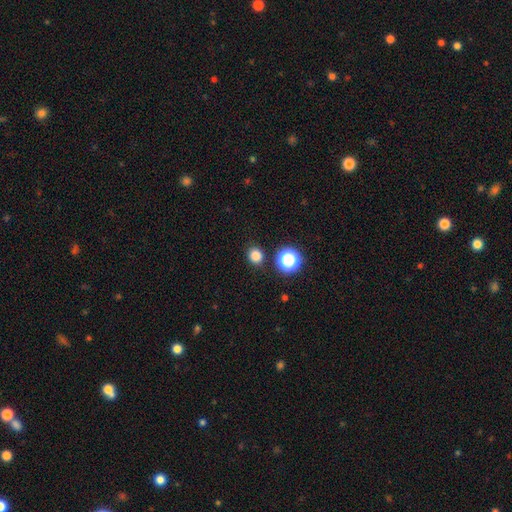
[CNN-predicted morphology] This appears to be a smooth galaxy with no disk features (81%) that is round (86%). Merging: none (88%).